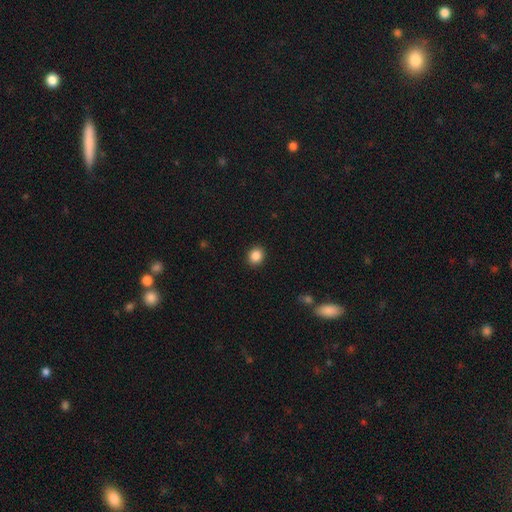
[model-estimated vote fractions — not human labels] Q: Smooth or featured?
A: smooth (87%); runner-up: star or artifact (10%)
Q: How rounded?
A: round (77%); runner-up: in between (22%)
Q: Merging?
A: none (92%); runner-up: minor disturbance (6%)